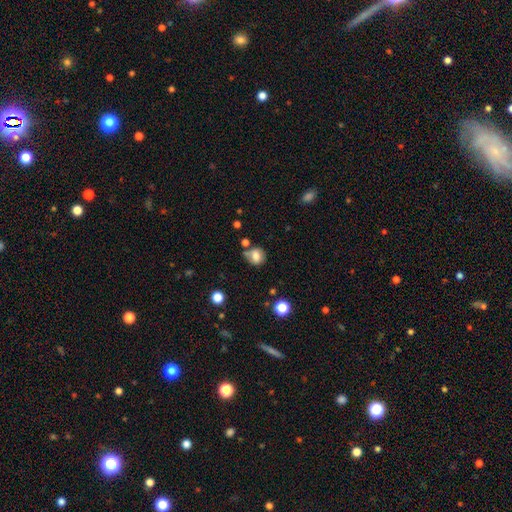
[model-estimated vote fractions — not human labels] smooth_or_featured: smooth (p=0.73) [alt: featured or disk p=0.16]
how_rounded: round (p=0.72) [alt: in between p=0.27]
merging: none (p=0.56) [alt: minor disturbance p=0.21]